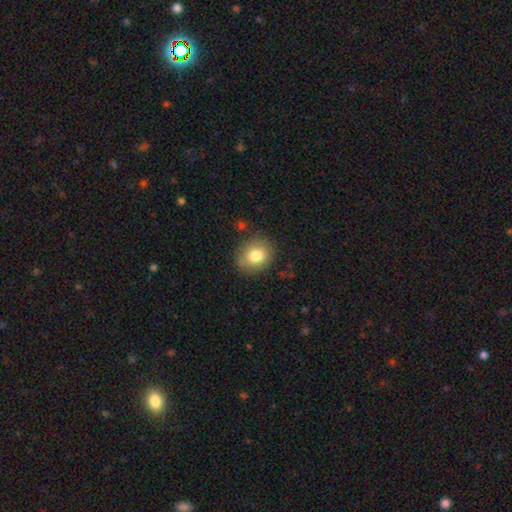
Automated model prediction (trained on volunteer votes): This is likely a smooth galaxy (80%). How rounded: likely round (68%). Merging: clearly none (83%).